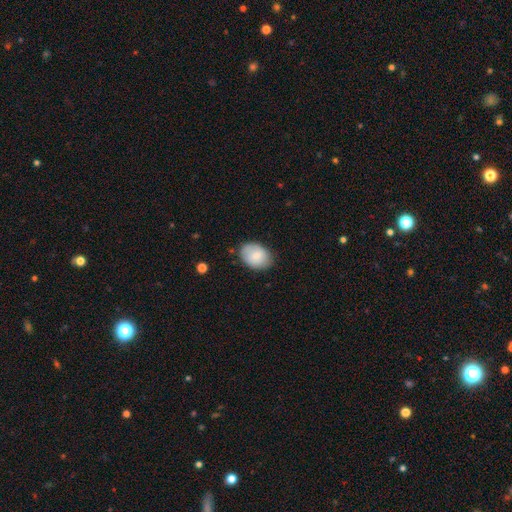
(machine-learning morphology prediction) This appears to be a smooth galaxy with no disk features (83%) that is in between round and cigar-shaped (80%). Merging: none (77%).